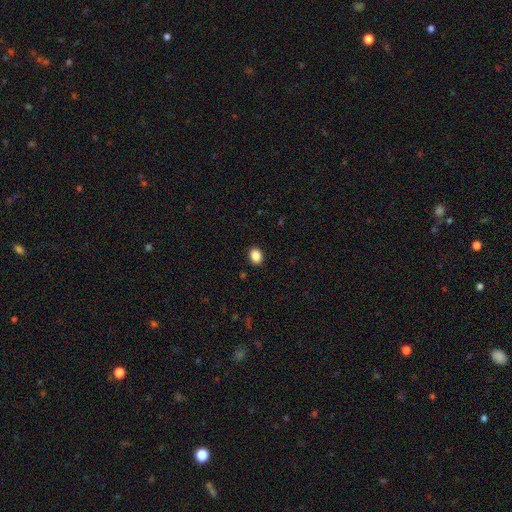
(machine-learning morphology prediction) A smooth galaxy with no disk features (88%) that is in between round and cigar-shaped (54%). Merging: none (91%).